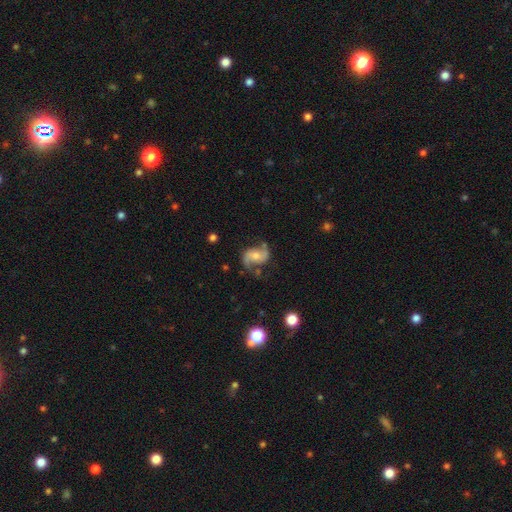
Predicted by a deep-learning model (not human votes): A featured or disk galaxy (81%) with no bar (54%), 2 (92%) loose (53%) spiral arms (96%) and a moderate central bulge (51%).

Vote fractions:
- Smooth or featured? featured or disk: 81% / smooth: 12% / star or artifact: 7%
- Edge-on disk? no: 98% / yes: 2%
- Bar? no: 54% / weak: 36% / strong: 10%
- Spiral arms? yes: 96% / no: 4%
- Spiral winding? loose: 53% / medium: 37% / tight: 10%
- Spiral arm count? 2: 92% / can't tell: 3% / 1: 2% / 3: 1% / 4: 1% / more than 4: 1%
- Bulge size? moderate: 51% / small: 34% / none: 7% / large: 7% / dominant: 1%
- Merging? none: 71% / minor disturbance: 18% / major disturbance: 8% / merger: 3%